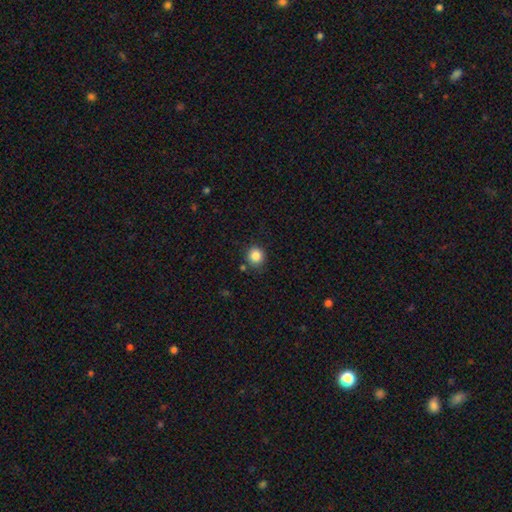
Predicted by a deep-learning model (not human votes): smooth_or_featured: smooth (p=0.85) [alt: star or artifact p=0.10]
how_rounded: round (p=0.91) [alt: in between p=0.08]
merging: none (p=0.85) [alt: minor disturbance p=0.09]